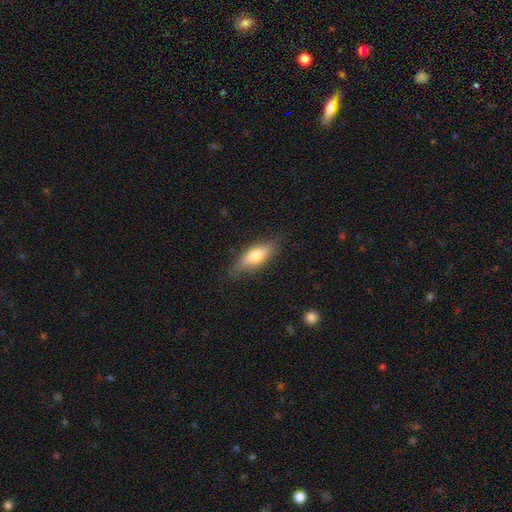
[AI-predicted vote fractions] Smooth or featured?
  - smooth: 63% *
  - featured or disk: 31%
  - star or artifact: 7%
How rounded?
  - in between: 57% *
  - cigar-shaped: 40%
  - round: 3%
Merging?
  - none: 78% *
  - minor disturbance: 17%
  - major disturbance: 4%
  - merger: 1%